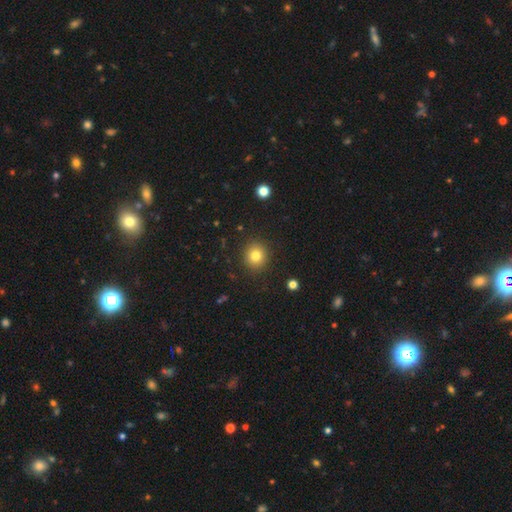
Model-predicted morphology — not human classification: Smooth or featured? smooth (80%)
How rounded? round (89%)
Merging? none (91%)